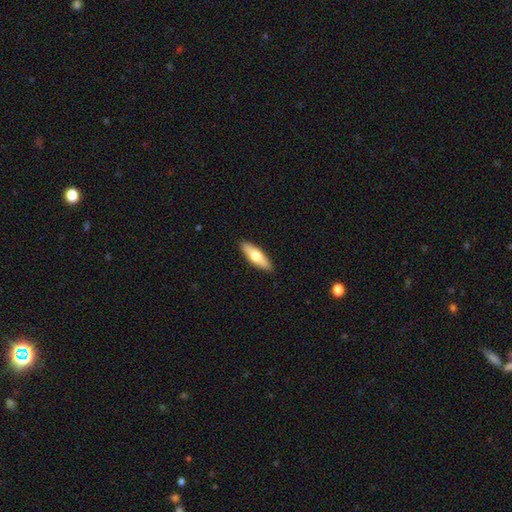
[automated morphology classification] Smooth or featured? smooth (62%)
How rounded? in between (52%)
Merging? none (90%)